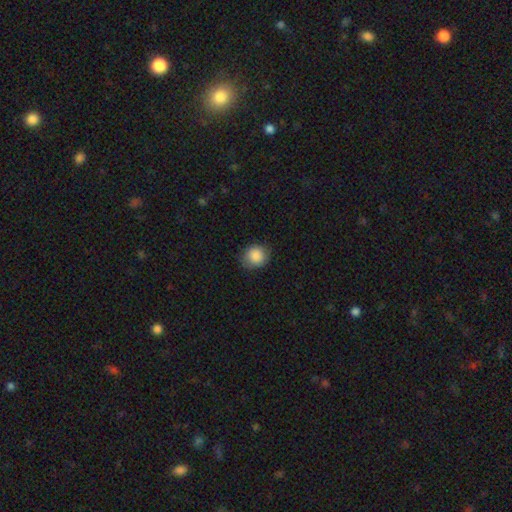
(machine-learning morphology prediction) A smooth galaxy with no disk features (86%) that is round (81%).

Vote fractions:
- Smooth or featured? smooth: 86% / star or artifact: 9% / featured or disk: 5%
- How rounded? round: 81% / in between: 18% / cigar-shaped: 1%
- Merging? none: 82% / minor disturbance: 14% / major disturbance: 3% / merger: 1%